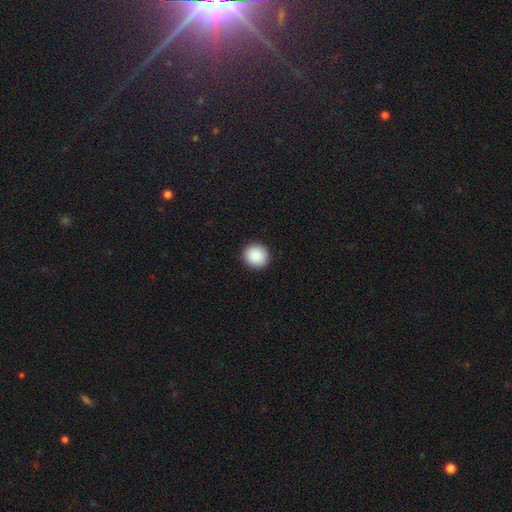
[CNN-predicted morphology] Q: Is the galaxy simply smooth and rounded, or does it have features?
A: smooth — 90%.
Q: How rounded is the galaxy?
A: round — 93%.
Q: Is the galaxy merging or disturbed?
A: none — 93%.